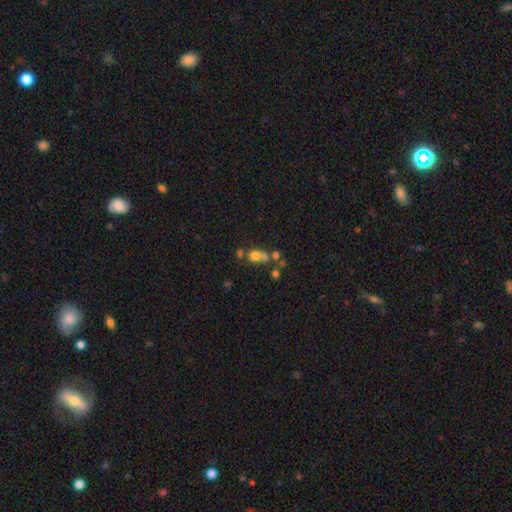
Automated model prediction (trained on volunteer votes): smooth_or_featured: smooth (p=0.67) [alt: featured or disk p=0.17]
how_rounded: round (p=0.64) [alt: in between p=0.34]
merging: merger (p=0.43) [alt: none p=0.37]